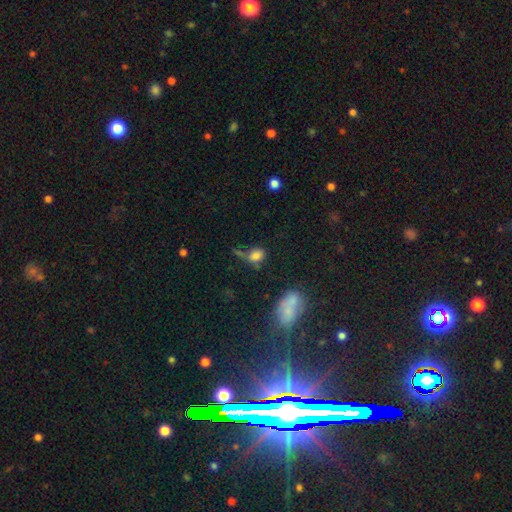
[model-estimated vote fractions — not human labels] Overall: smooth (78%). How rounded: in between (61%; round 37%). Merging: none (49%; minor disturbance 22%).